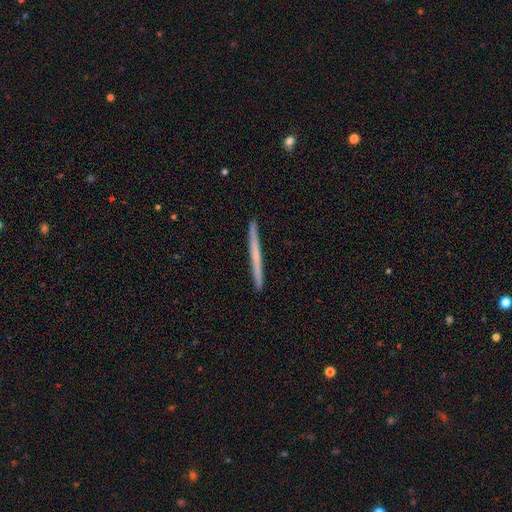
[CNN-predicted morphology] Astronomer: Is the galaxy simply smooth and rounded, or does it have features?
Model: smooth — 47%, tied with featured or disk at 47%.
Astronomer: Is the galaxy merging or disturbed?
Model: none — 93%.